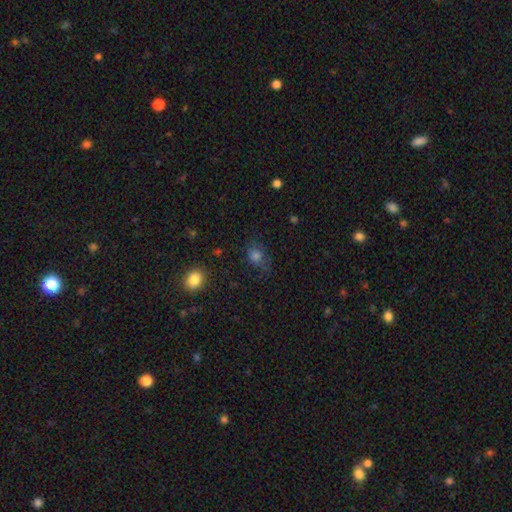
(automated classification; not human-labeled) Smooth or featured: smooth — 75% (star or artifact — 16%)
How rounded: in between — 51% (round — 47%)
Merging: none — 60% (minor disturbance — 25%)